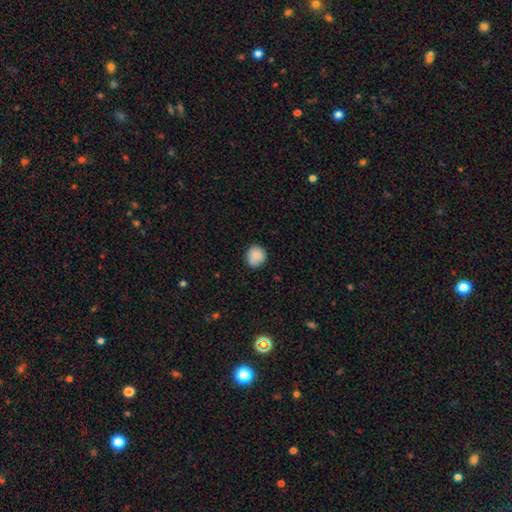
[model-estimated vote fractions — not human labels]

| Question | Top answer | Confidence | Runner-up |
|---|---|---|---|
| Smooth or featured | smooth | 86% | star or artifact (8%) |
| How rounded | round | 84% | in between (15%) |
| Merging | none | 83% | minor disturbance (14%) |